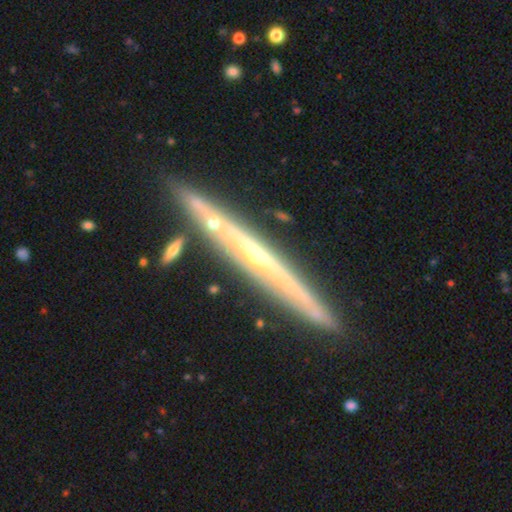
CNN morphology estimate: This appears to be a featured or disk galaxy (80%) viewed edge-on (96%) with no central bulge (62%). Merging: none (84%).